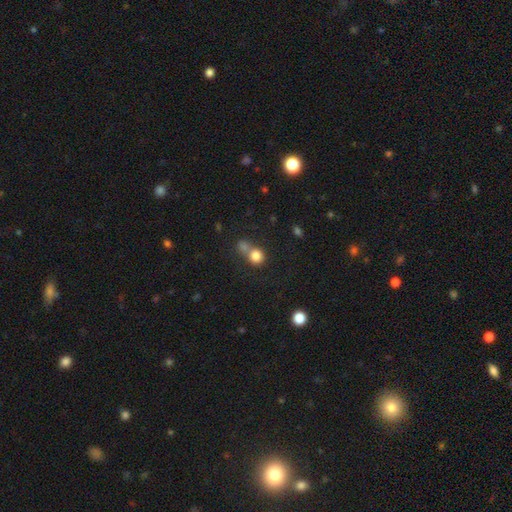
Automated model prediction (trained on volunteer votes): A smooth galaxy with no disk features (81%) that is round (83%).

Vote fractions:
- Smooth or featured? smooth: 81% / star or artifact: 11% / featured or disk: 9%
- How rounded? round: 83% / in between: 16% / cigar-shaped: 1%
- Merging? merger: 47% / none: 38% / minor disturbance: 9% / major disturbance: 6%